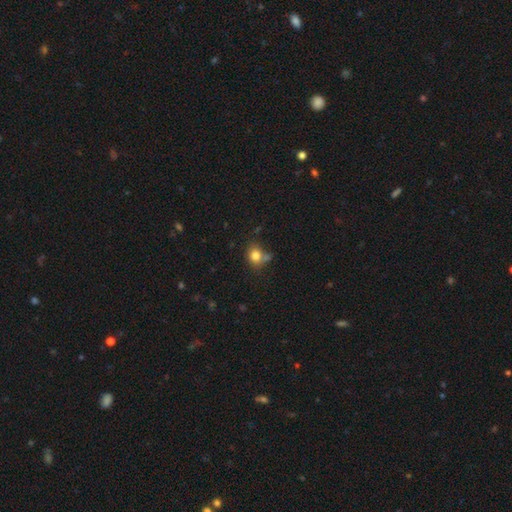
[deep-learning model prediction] Smooth or featured: smooth — 80% (star or artifact — 11%)
How rounded: round — 71% (in between — 28%)
Merging: none — 60% (merger — 17%)